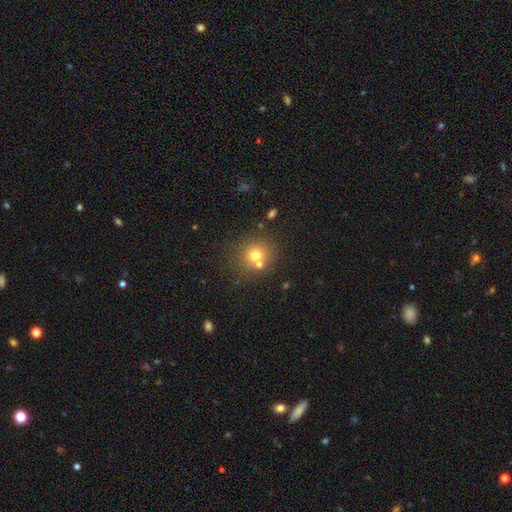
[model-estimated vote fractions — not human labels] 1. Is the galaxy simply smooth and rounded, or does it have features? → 69% smooth, 16% featured or disk, 15% star or artifact.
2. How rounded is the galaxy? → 87% round, 12% in between, 1% cigar-shaped.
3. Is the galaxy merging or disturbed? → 61% none, 26% merger, 9% minor disturbance, 4% major disturbance.